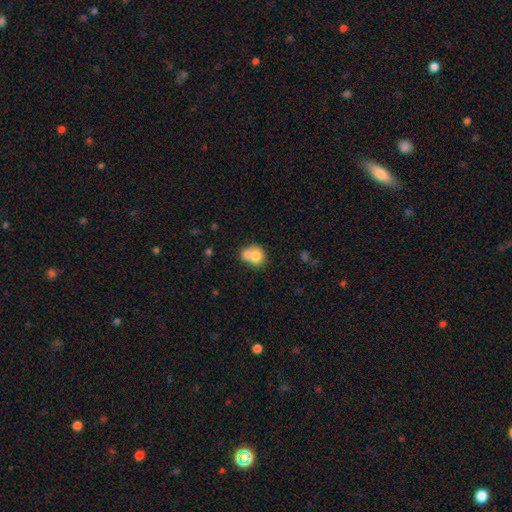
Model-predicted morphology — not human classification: The model was most divided on "how rounded": round: 67%, in between: 32%, cigar-shaped: 1%. More confident: smooth or featured — smooth (72%); merging — merger (63%).